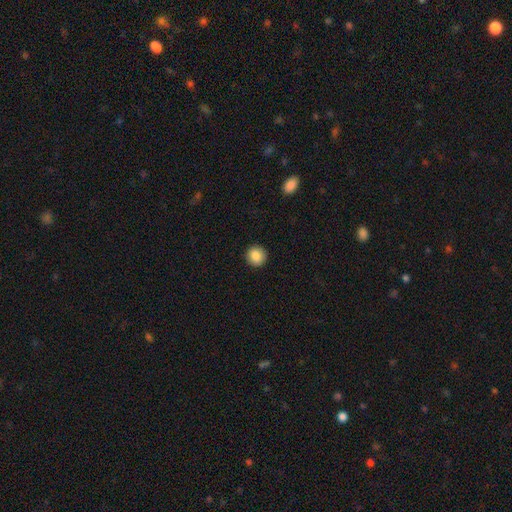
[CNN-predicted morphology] A smooth galaxy with no disk features (86%) that is round (93%). Merging: none (92%).